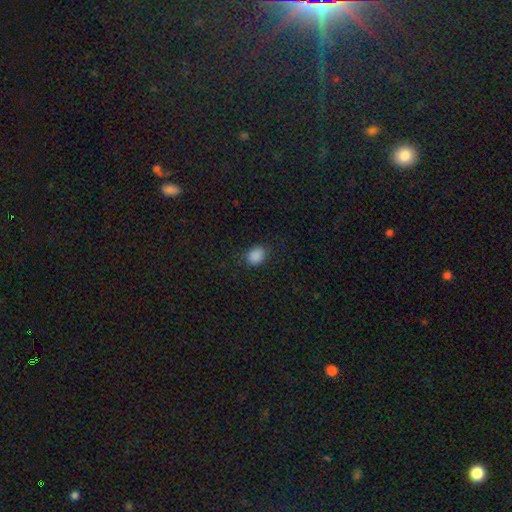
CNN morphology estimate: smooth-or-featured: smooth: 87% | star or artifact: 10% | featured or disk: 3%
  how-rounded: in between: 58% | round: 41% | cigar-shaped: 1%
  merging: none: 84% | minor disturbance: 12% | major disturbance: 3% | merger: 1%